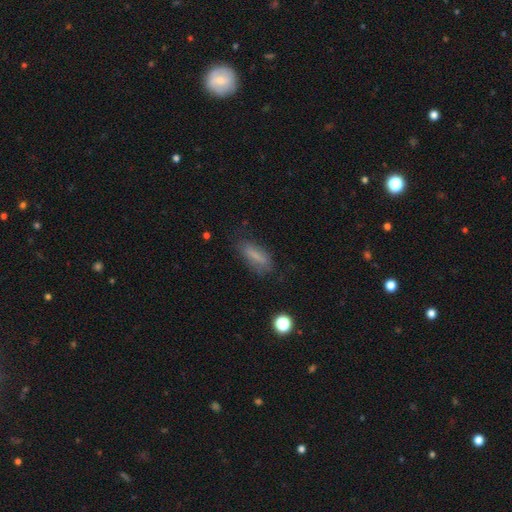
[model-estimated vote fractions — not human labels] A smooth galaxy with no disk features (70%) that is in between round and cigar-shaped (54%). Merging: none (70%).